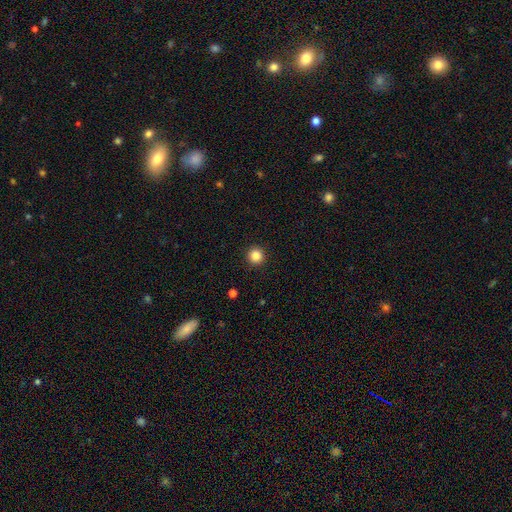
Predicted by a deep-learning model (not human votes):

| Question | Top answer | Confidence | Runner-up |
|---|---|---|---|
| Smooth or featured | smooth | 85% | star or artifact (11%) |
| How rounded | round | 96% | in between (3%) |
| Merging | none | 93% | minor disturbance (4%) |